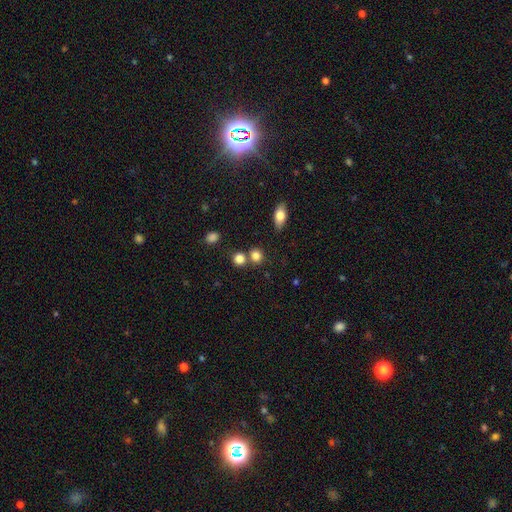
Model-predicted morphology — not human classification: A smooth galaxy with no disk features (83%) that is round (83%). Merging: none (66%).